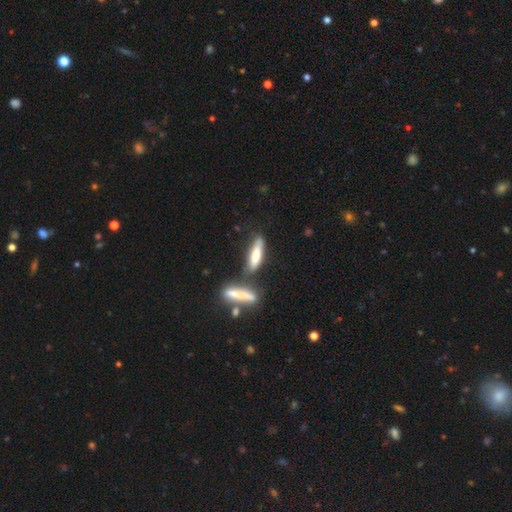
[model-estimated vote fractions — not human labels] Smooth or featured: smooth — 65% (featured or disk — 28%)
How rounded: cigar-shaped — 72% (in between — 26%)
Merging: none — 50% (merger — 29%)